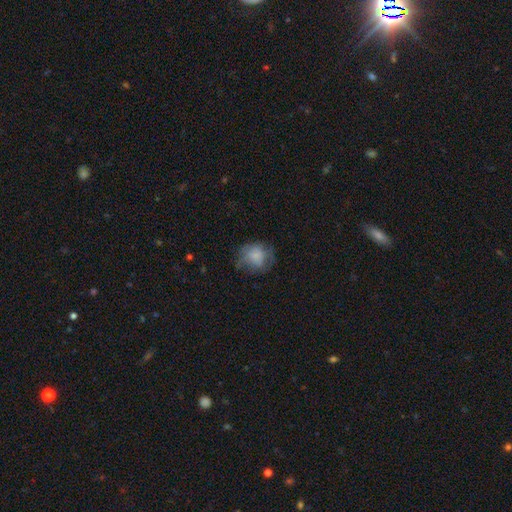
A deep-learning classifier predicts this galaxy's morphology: The model was most divided on "merging": none: 52%, minor disturbance: 26%, major disturbance: 20%, merger: 1%. More confident: how rounded — round (70%); smooth or featured — smooth (66%).